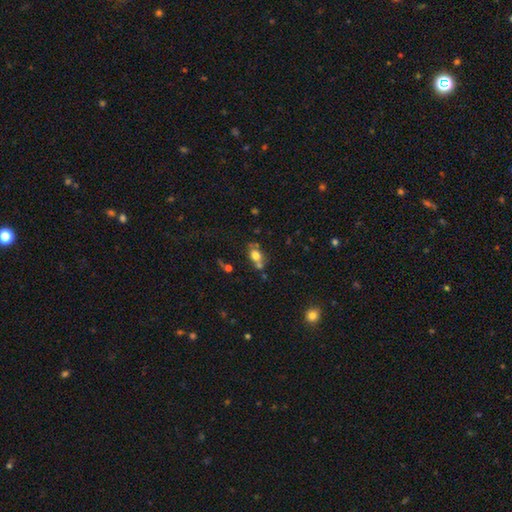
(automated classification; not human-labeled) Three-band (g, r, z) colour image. It shows a smooth galaxy with no disk features (69%) that is in between round and cigar-shaped (62%). Merging: none (49%).